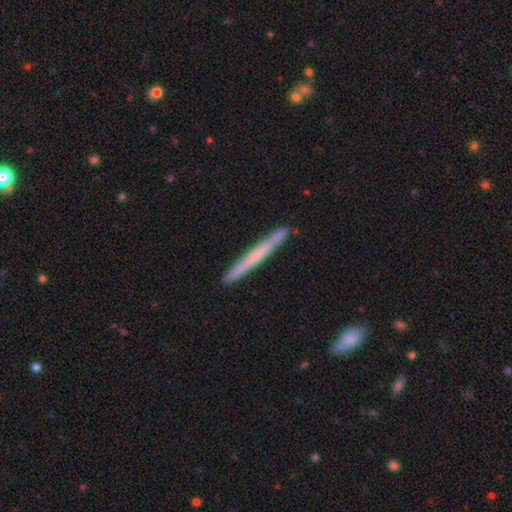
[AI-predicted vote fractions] A smooth galaxy with no disk features (54%) that is cigar-shaped (97%). Merging: none (90%).